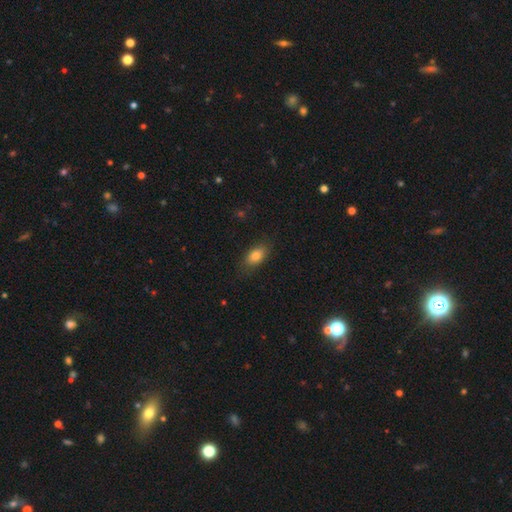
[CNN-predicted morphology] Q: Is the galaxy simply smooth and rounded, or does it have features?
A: smooth — 81%.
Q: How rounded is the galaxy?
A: in between — 86%.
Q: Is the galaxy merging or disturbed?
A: none — 80%.